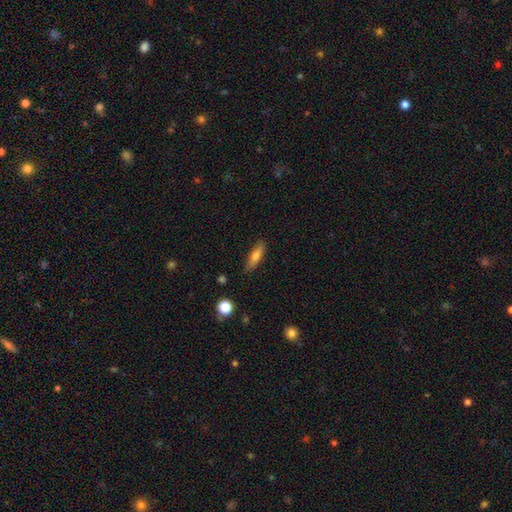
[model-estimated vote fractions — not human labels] Overall: smooth (69%). How rounded: cigar-shaped (62%; in between 35%). Merging: none (84%).